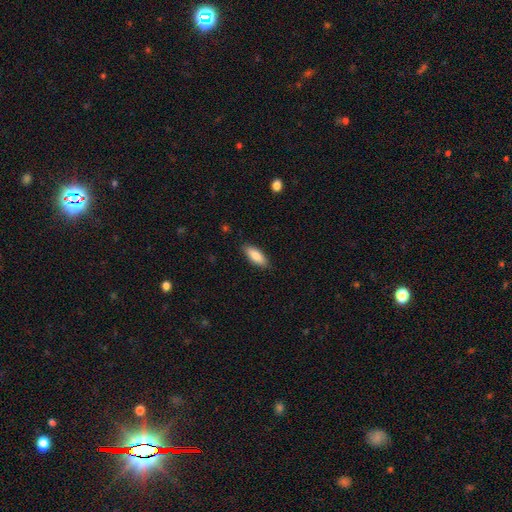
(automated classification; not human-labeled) Smooth or featured? smooth (85%)
How rounded? in between (73%)
Merging? none (87%)